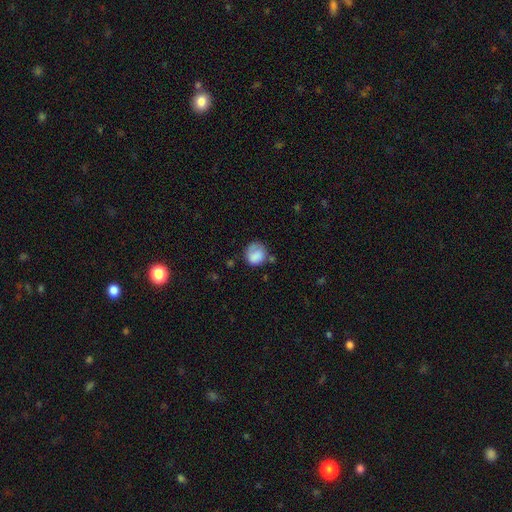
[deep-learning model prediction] A smooth galaxy with no disk features (80%) that is round (77%).

Vote fractions:
- Smooth or featured? smooth: 80% / featured or disk: 12% / star or artifact: 8%
- How rounded? round: 77% / in between: 22% / cigar-shaped: 1%
- Merging? none: 53% / minor disturbance: 28% / major disturbance: 13% / merger: 6%